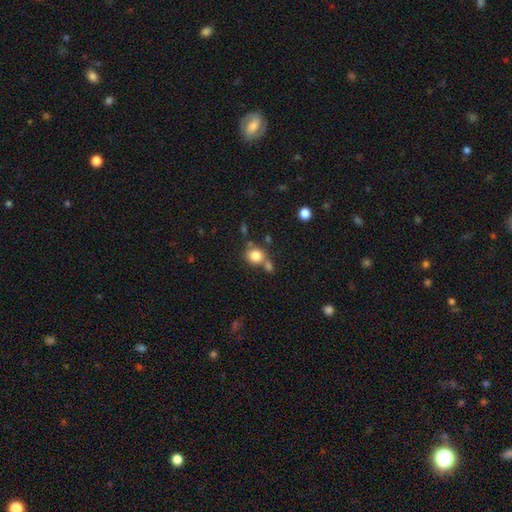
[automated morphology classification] Smooth or featured?
  - smooth: 82% *
  - star or artifact: 11%
  - featured or disk: 7%
How rounded?
  - round: 81% *
  - in between: 18%
  - cigar-shaped: 1%
Merging?
  - none: 58% *
  - merger: 26%
  - minor disturbance: 11%
  - major disturbance: 4%